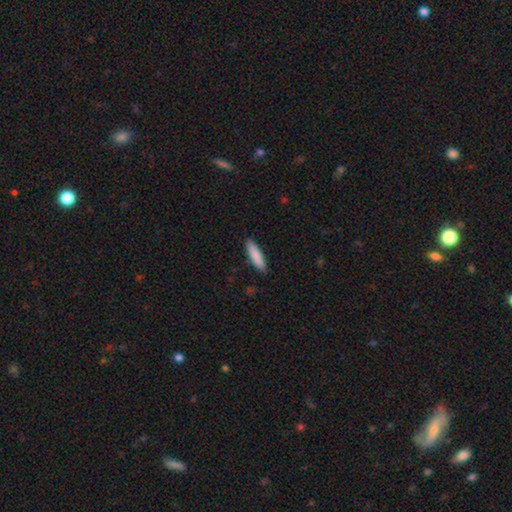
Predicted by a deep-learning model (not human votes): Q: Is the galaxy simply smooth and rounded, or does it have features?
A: smooth — 87%.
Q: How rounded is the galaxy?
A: cigar-shaped — 76%.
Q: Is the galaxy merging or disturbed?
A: none — 88%.